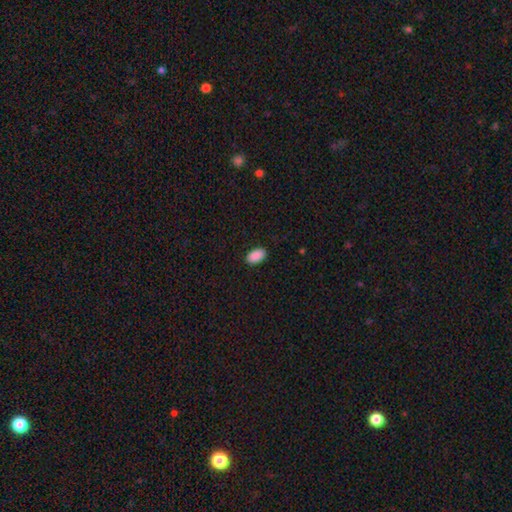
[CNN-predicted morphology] smooth-or-featured: smooth: 90% | star or artifact: 7% | featured or disk: 2%
  how-rounded: in between: 94% | round: 4% | cigar-shaped: 2%
  merging: none: 89% | minor disturbance: 8% | major disturbance: 2% | merger: 1%